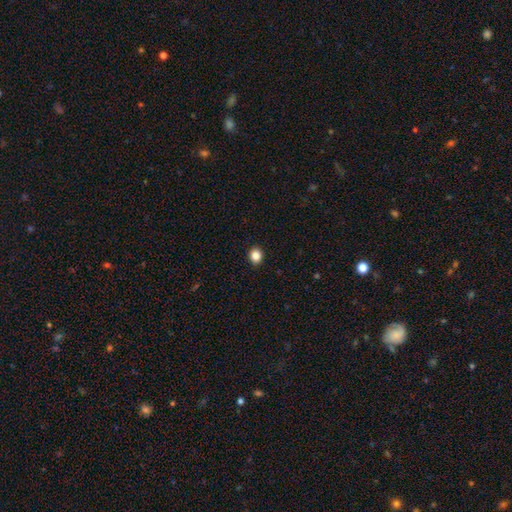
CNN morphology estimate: type=smooth (86%); roundness=round (64%); merging=none (92%).